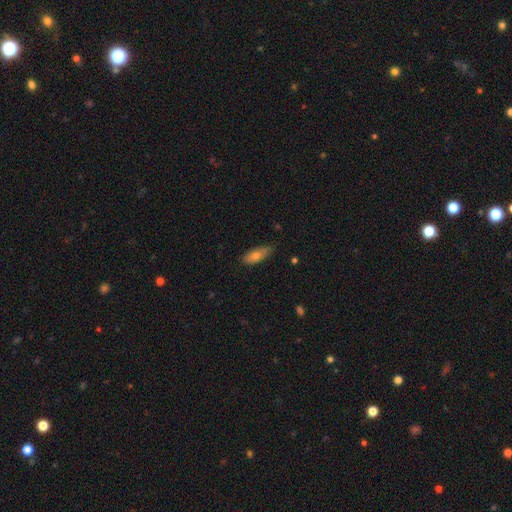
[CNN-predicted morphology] Smooth or featured?
  - smooth: 73% *
  - featured or disk: 20%
  - star or artifact: 7%
How rounded?
  - in between: 72% *
  - cigar-shaped: 26%
  - round: 3%
Merging?
  - none: 77% *
  - minor disturbance: 19%
  - major disturbance: 3%
  - merger: 1%